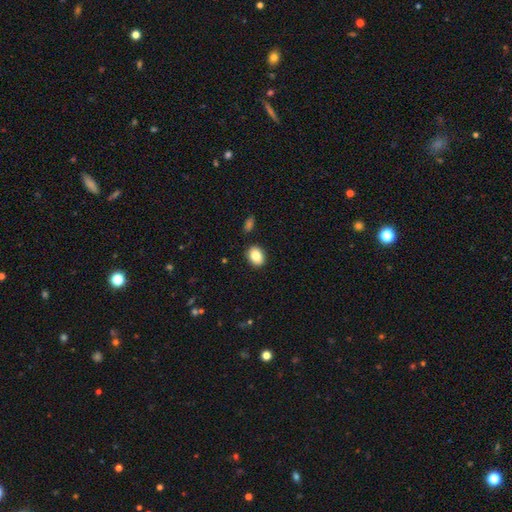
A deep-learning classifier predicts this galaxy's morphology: Smooth or featured: smooth — 84% (featured or disk — 8%)
How rounded: in between — 72% (round — 27%)
Merging: none — 89% (minor disturbance — 7%)